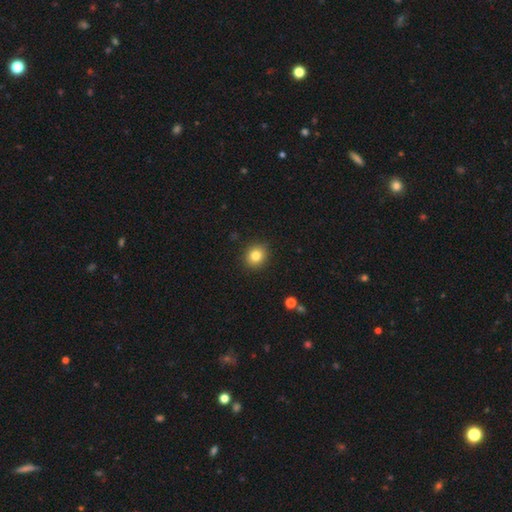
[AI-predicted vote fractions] Smooth or featured? smooth (82%)
How rounded? round (77%)
Merging? none (90%)